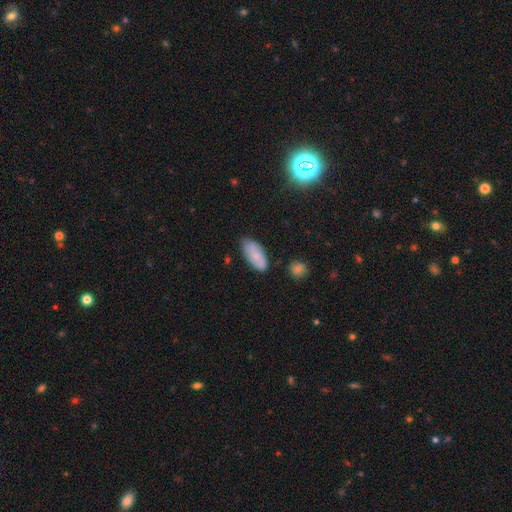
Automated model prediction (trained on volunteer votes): This appears to be a smooth galaxy with no disk features (75%) that is in between round and cigar-shaped (89%). Merging: none (74%).